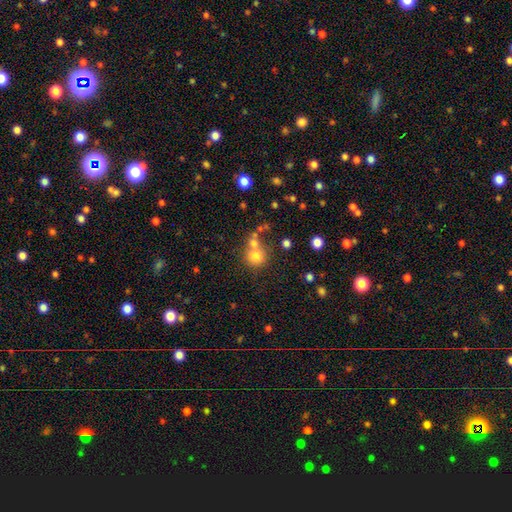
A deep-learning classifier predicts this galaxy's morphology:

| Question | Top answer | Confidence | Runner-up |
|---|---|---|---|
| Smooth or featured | smooth | 76% | star or artifact (13%) |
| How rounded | round | 83% | in between (16%) |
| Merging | none | 48% | merger (37%) |